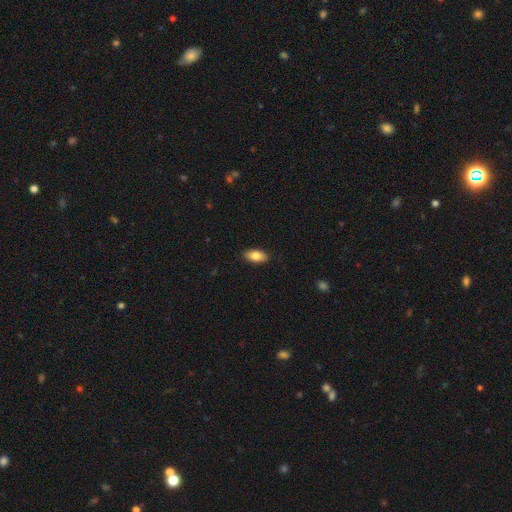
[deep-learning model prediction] This appears to be a smooth galaxy with no disk features (82%) that is in between round and cigar-shaped (91%). Merging: none (89%).